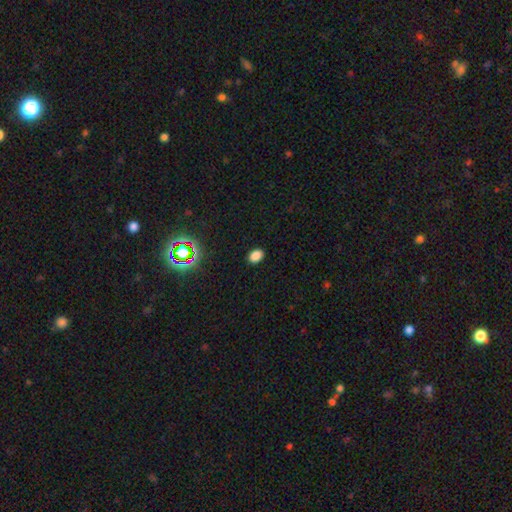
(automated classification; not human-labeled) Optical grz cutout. It shows a smooth galaxy with no disk features (82%) that is in between round and cigar-shaped (76%). Merging: none (89%).